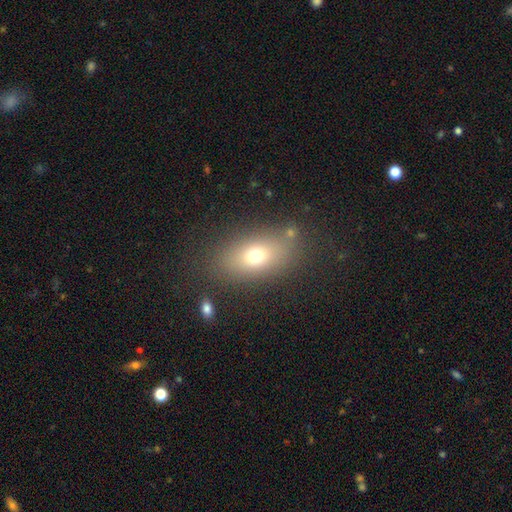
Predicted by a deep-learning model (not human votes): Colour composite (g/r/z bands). It shows a smooth galaxy with no disk features (69%) that is in between round and cigar-shaped (81%). Merging: none (79%).